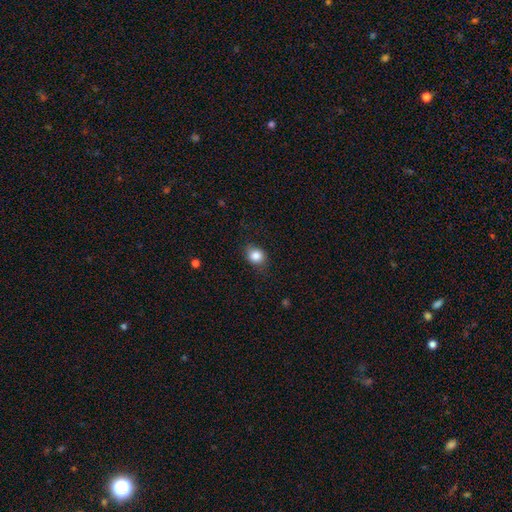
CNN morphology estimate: smooth 84%, star or artifact 10%, featured or disk 6%. Down the decision tree: how rounded — round (61%); merging — none (81%).